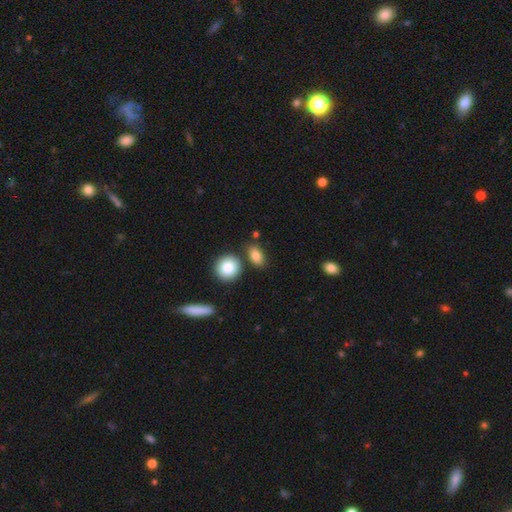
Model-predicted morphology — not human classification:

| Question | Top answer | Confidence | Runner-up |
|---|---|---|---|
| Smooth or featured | smooth | 84% | featured or disk (8%) |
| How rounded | in between | 78% | round (18%) |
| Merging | none | 74% | minor disturbance (12%) |